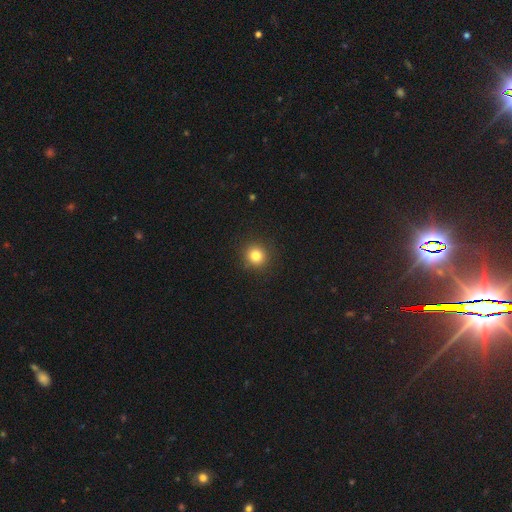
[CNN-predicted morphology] type=smooth (82%); roundness=round (93%); merging=none (92%).